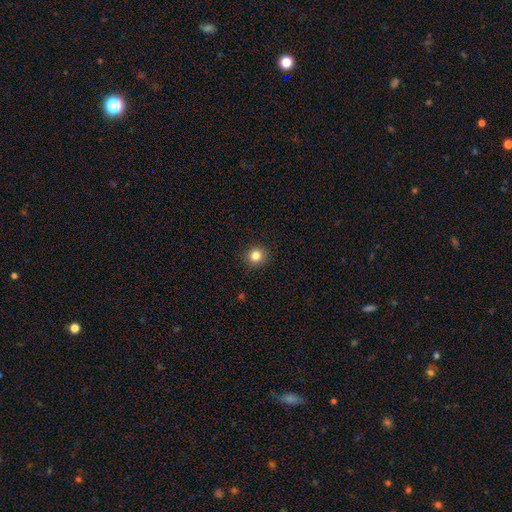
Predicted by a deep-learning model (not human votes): Smooth or featured? smooth (85%)
How rounded? round (89%)
Merging? none (90%)